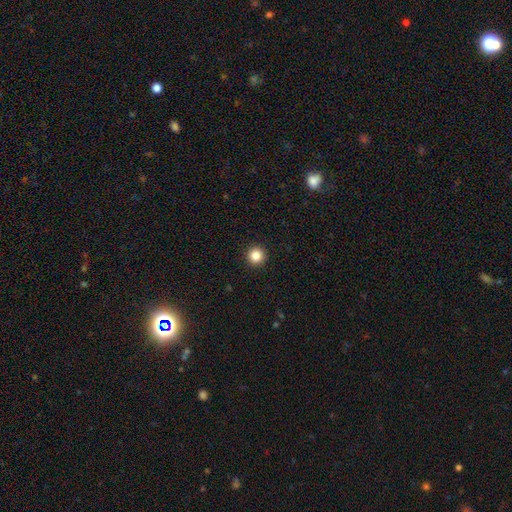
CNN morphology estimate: smooth 85%, star or artifact 11%, featured or disk 4%. Down the decision tree: how rounded — round (96%); merging — none (94%).